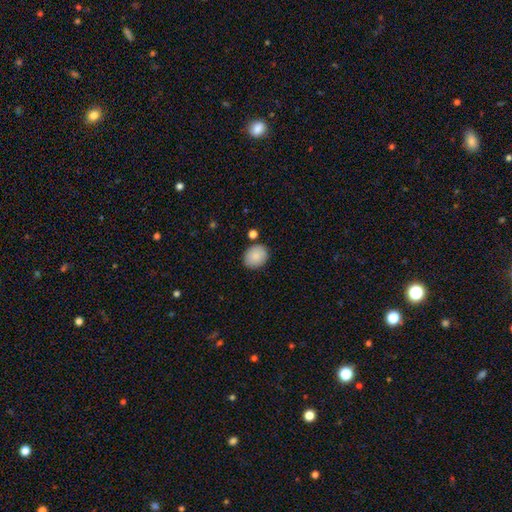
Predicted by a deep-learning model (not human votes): A smooth galaxy with no disk features (88%) that is round (55%).

Vote fractions:
- Smooth or featured? smooth: 88% / star or artifact: 7% / featured or disk: 5%
- How rounded? round: 55% / in between: 45% / cigar-shaped: 1%
- Merging? none: 83% / minor disturbance: 10% / merger: 4% / major disturbance: 2%